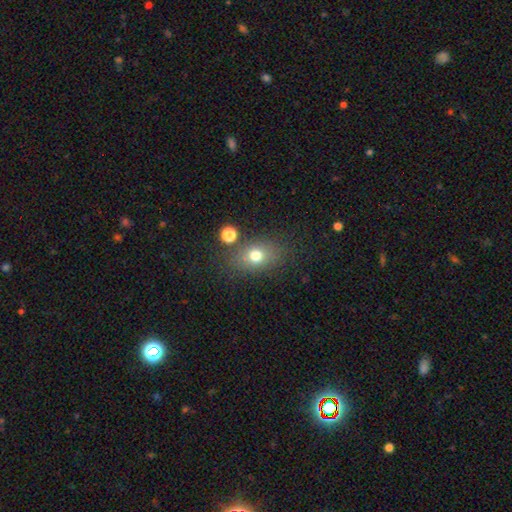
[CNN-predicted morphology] The model was most divided on "how rounded": in between: 58%, round: 41%, cigar-shaped: 2%. More confident: merging — none (73%); smooth or featured — smooth (73%).